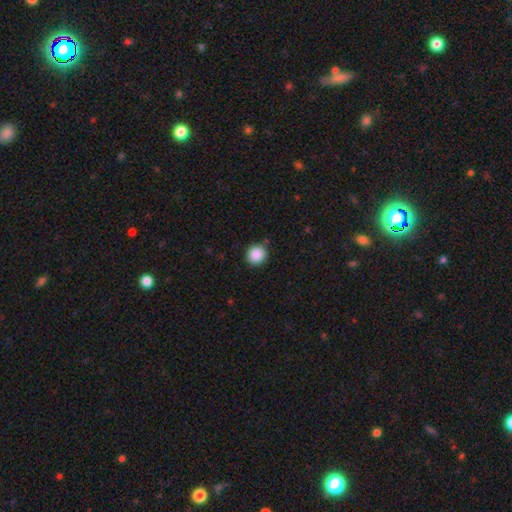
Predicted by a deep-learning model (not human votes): Overall: smooth (88%). How rounded: round (88%). Merging: none (85%).